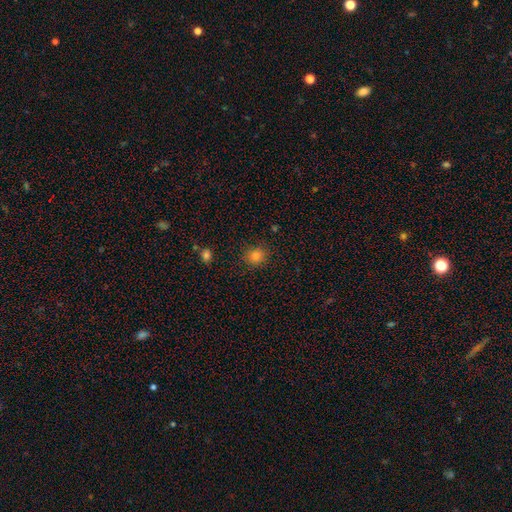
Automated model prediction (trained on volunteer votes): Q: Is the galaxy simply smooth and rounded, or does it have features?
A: smooth — 80%.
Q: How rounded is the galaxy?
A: round — 80%.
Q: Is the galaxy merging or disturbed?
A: none — 86%.